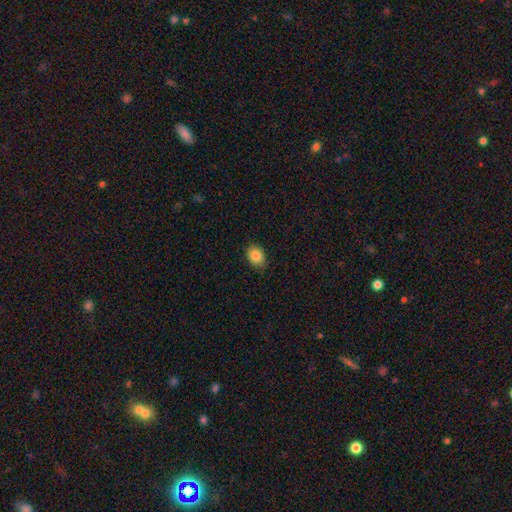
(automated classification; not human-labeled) Smooth or featured?
  - smooth: 85% *
  - star or artifact: 9%
  - featured or disk: 6%
How rounded?
  - in between: 62% *
  - round: 37%
  - cigar-shaped: 1%
Merging?
  - none: 85% *
  - minor disturbance: 12%
  - major disturbance: 2%
  - merger: 1%